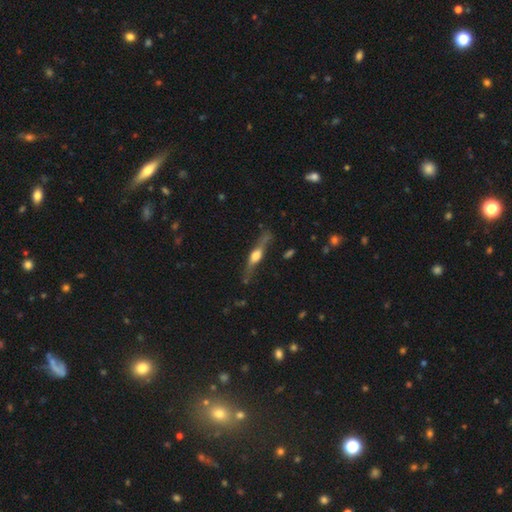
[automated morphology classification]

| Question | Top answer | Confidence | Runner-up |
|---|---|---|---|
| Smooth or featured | featured or disk | 73% | smooth (21%) |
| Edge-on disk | yes | 94% | no (6%) |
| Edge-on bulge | rounded | 90% | boxy (7%) |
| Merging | none | 74% | minor disturbance (17%) |